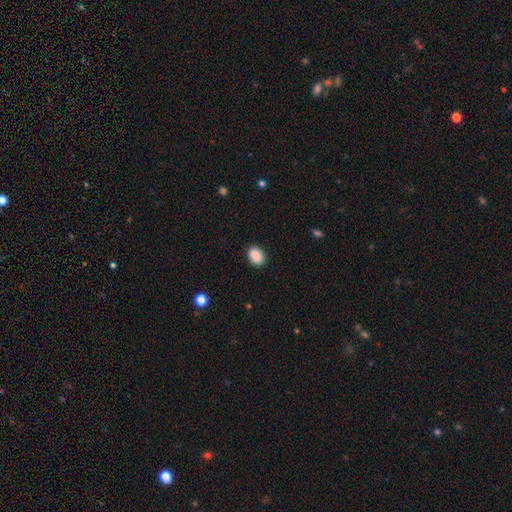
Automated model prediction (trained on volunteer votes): This is clearly a smooth galaxy (89%). How rounded: likely in between (79%). Merging: clearly none (88%).